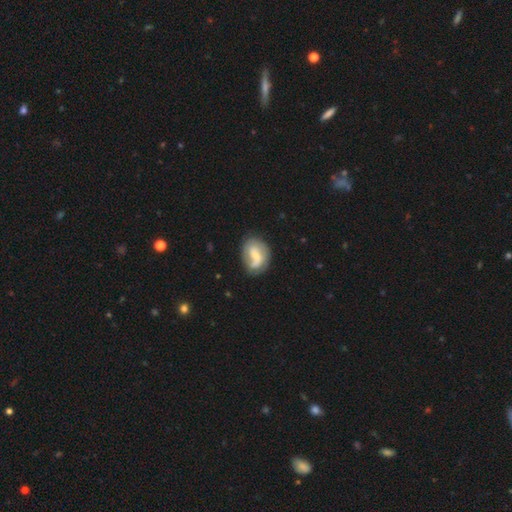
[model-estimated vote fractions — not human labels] smooth-or-featured: featured or disk: 60% | smooth: 33% | star or artifact: 7%
  disk-edge-on: no: 97% | yes: 3%
    bar: weak: 47% | no: 35% | strong: 19%
    has-spiral-arms: yes: 83% | no: 17%
    bulge-size: small: 40% | moderate: 28% | none: 23% | large: 7% | dominant: 2%
  merging: none: 65% | minor disturbance: 22% | major disturbance: 11% | merger: 3%